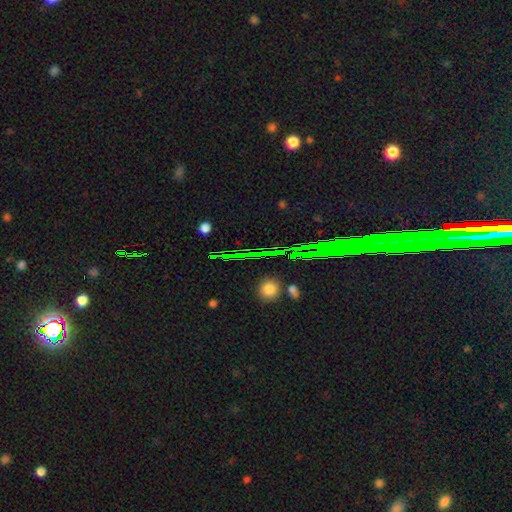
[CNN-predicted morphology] Overall: star or artifact (55%; smooth 31%).